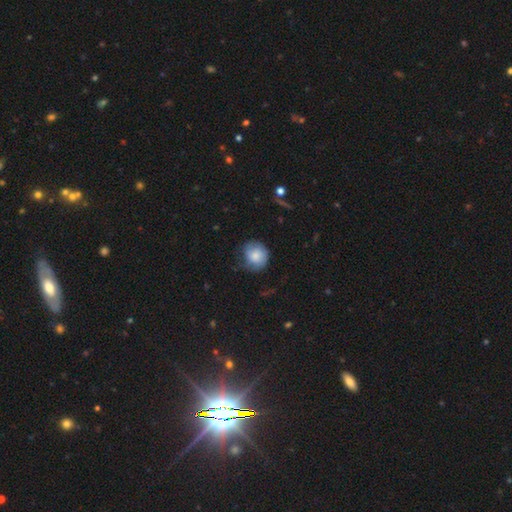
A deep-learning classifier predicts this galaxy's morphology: Smooth or featured? smooth (74%)
How rounded? round (81%)
Merging? none (57%)